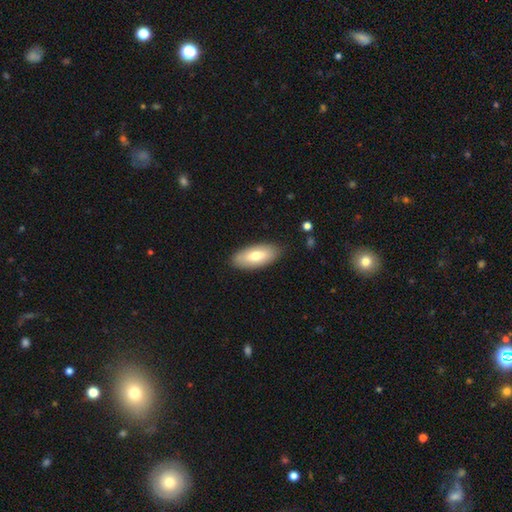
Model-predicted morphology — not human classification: Smooth or featured: smooth — 70% (featured or disk — 24%)
How rounded: in between — 88% (cigar-shaped — 10%)
Merging: none — 86% (minor disturbance — 10%)